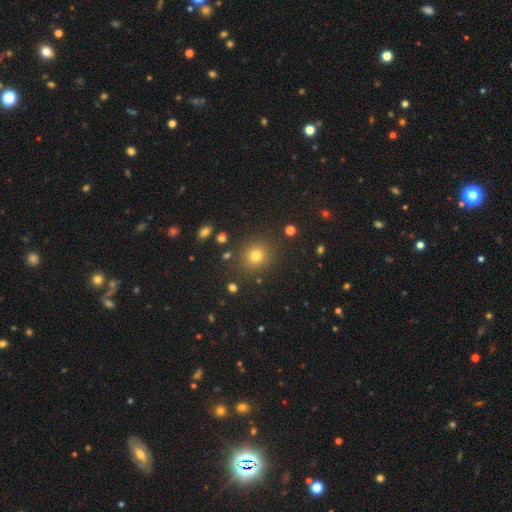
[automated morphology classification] This appears to be a smooth galaxy with no disk features (73%) that is round (87%). Merging: none (88%).